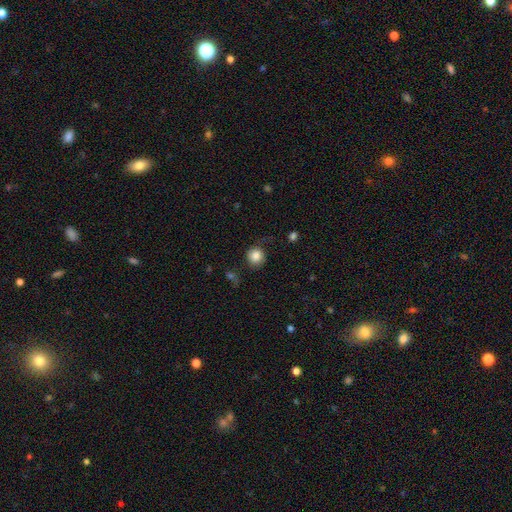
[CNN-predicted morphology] Smooth or featured: smooth — 83% (star or artifact — 9%)
How rounded: round — 90% (in between — 9%)
Merging: none — 73% (minor disturbance — 18%)